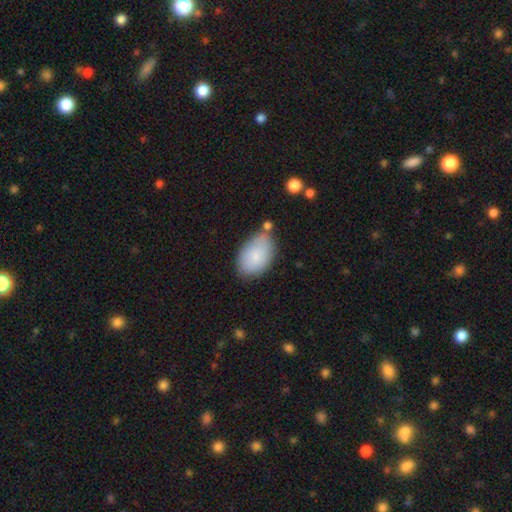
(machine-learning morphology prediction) The model was most divided on "merging": none: 67%, minor disturbance: 21%, merger: 7%, major disturbance: 5%. More confident: how rounded — in between (92%); smooth or featured — smooth (83%).